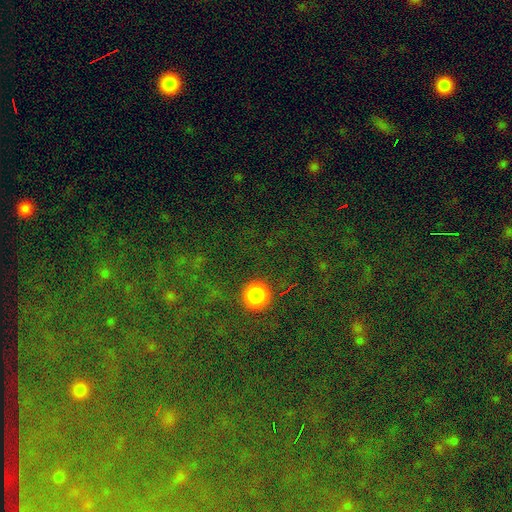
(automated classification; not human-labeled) star or artifact 66%, featured or disk 18%, smooth 16%.